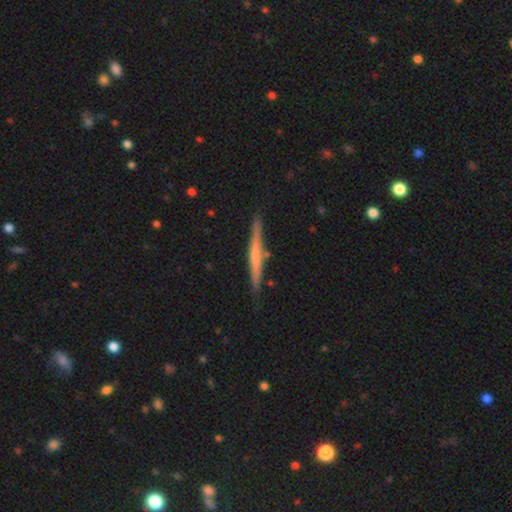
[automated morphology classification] Smooth or featured: featured or disk — 53% (smooth — 42%)
Edge-on disk: yes — 97% (no — 3%)
Edge-on bulge: none — 61% (rounded — 26%)
Merging: none — 86% (minor disturbance — 10%)